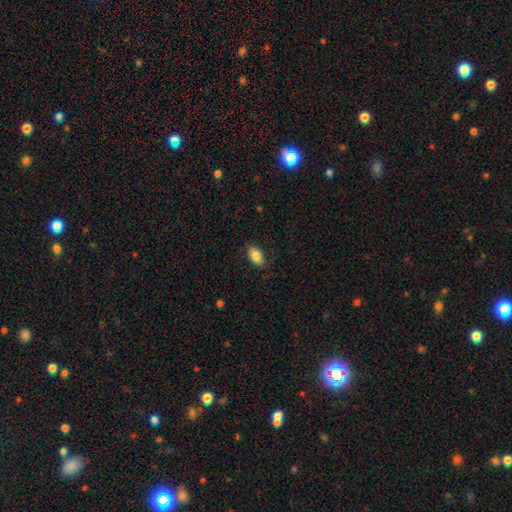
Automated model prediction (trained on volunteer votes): Smooth or featured? smooth (84%)
How rounded? in between (92%)
Merging? none (85%)